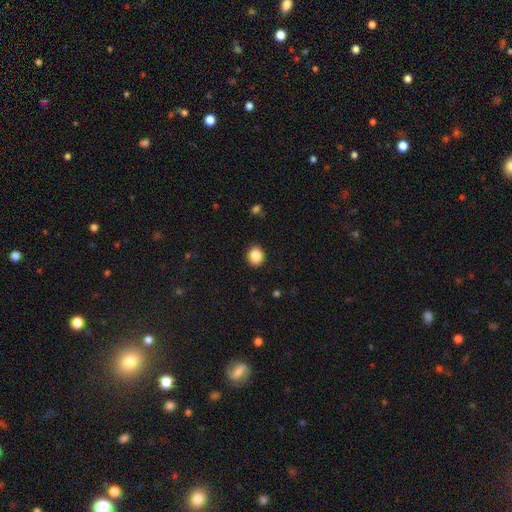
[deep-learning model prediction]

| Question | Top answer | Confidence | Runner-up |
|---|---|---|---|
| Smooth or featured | smooth | 87% | star or artifact (9%) |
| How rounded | round | 77% | in between (22%) |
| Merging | none | 91% | minor disturbance (6%) |